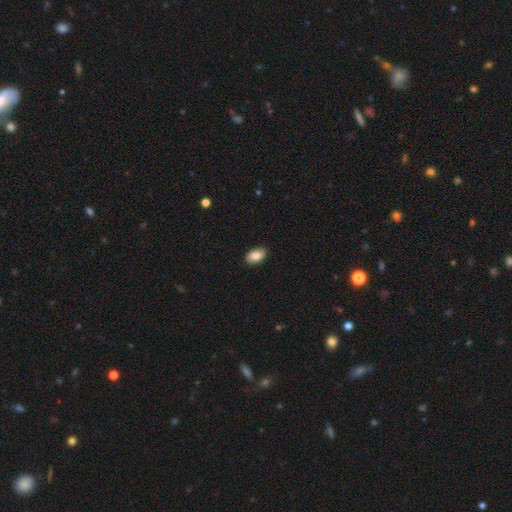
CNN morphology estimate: Smooth or featured: smooth — 84% (featured or disk — 9%)
How rounded: in between — 92% (round — 6%)
Merging: none — 87% (minor disturbance — 10%)